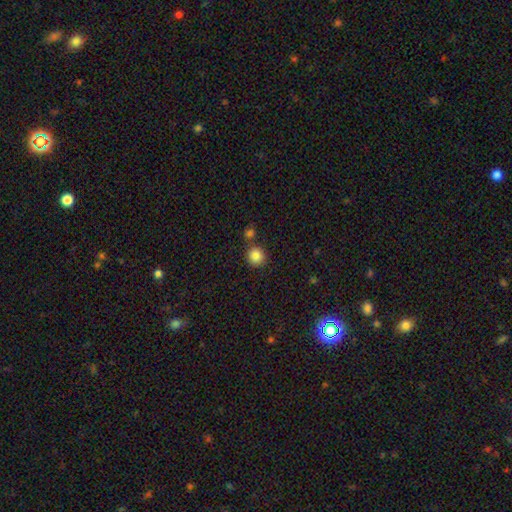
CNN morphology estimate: smooth 85%, star or artifact 11%, featured or disk 5%. Down the decision tree: how rounded — round (91%); merging — none (77%).